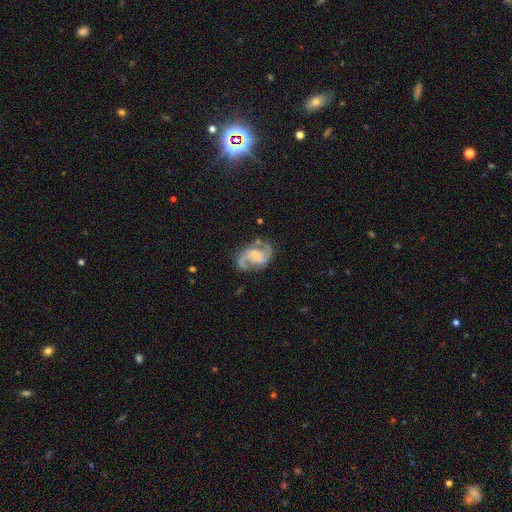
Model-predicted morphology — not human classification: A featured or disk galaxy (89%) with a weak bar (46%), 2 (92%) medium (58%) spiral arms (97%) and a small central bulge (46%). Merging: none (70%).